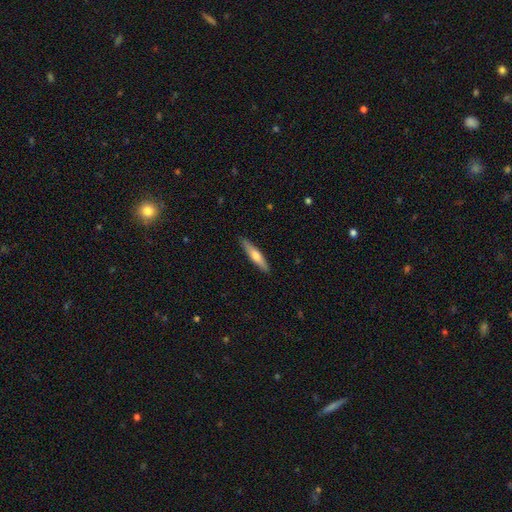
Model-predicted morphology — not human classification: The model was most divided on "smooth or featured": smooth: 58%, featured or disk: 37%, star or artifact: 5%. More confident: merging — none (90%); how rounded — cigar-shaped (86%).